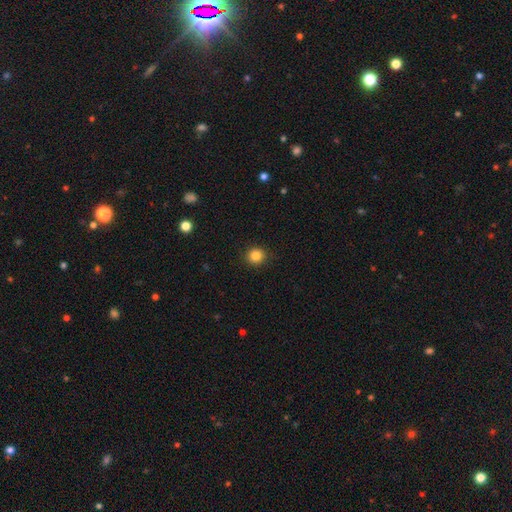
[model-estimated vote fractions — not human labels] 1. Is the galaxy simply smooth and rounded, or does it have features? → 84% smooth, 11% star or artifact, 5% featured or disk.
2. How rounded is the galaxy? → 92% round, 7% in between, 1% cigar-shaped.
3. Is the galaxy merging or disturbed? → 91% none, 6% minor disturbance, 2% major disturbance, 1% merger.